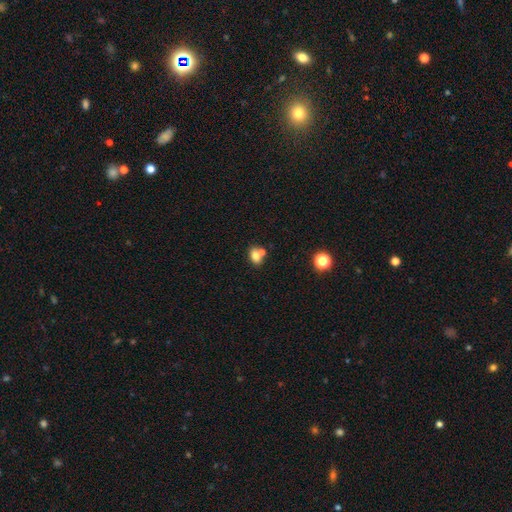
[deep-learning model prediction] This appears to be a smooth galaxy with no disk features (76%) that is in between round and cigar-shaped (74%). Merging: none (49%).